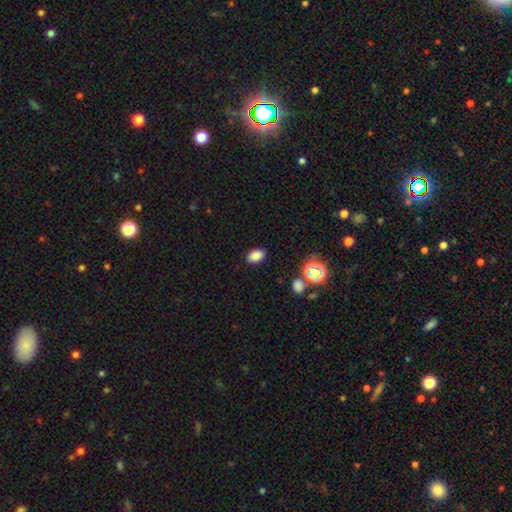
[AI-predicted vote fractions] This is clearly a smooth galaxy (83%). How rounded: clearly in between (84%). Merging: clearly none (88%).